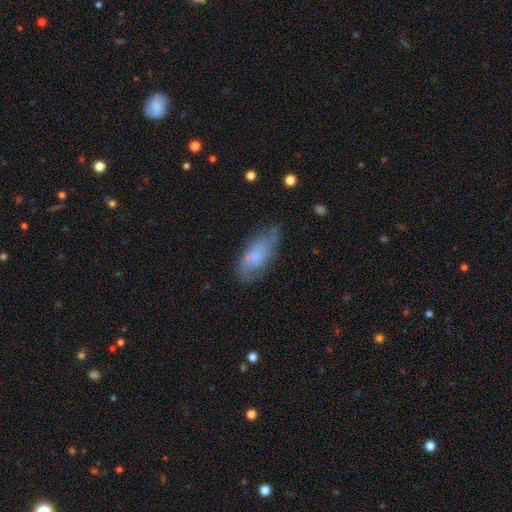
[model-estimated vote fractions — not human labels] A smooth galaxy with no disk features (58%) that is in between round and cigar-shaped (83%).

Vote fractions:
- Smooth or featured? smooth: 58% / featured or disk: 34% / star or artifact: 8%
- How rounded? in between: 83% / cigar-shaped: 14% / round: 3%
- Merging? none: 62% / minor disturbance: 27% / major disturbance: 9% / merger: 2%